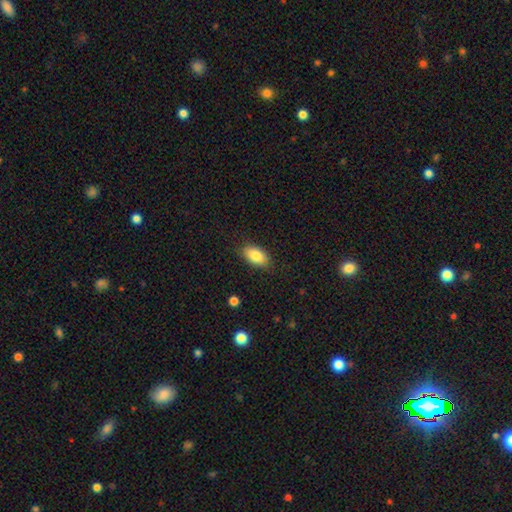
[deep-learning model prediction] A smooth galaxy with no disk features (84%) that is in between round and cigar-shaped (92%). Merging: none (85%).